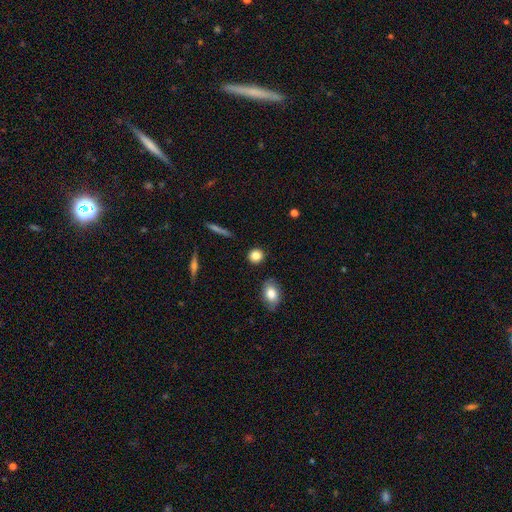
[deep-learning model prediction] Smooth or featured: smooth — 84% (star or artifact — 9%)
How rounded: round — 84% (in between — 14%)
Merging: none — 89% (minor disturbance — 7%)